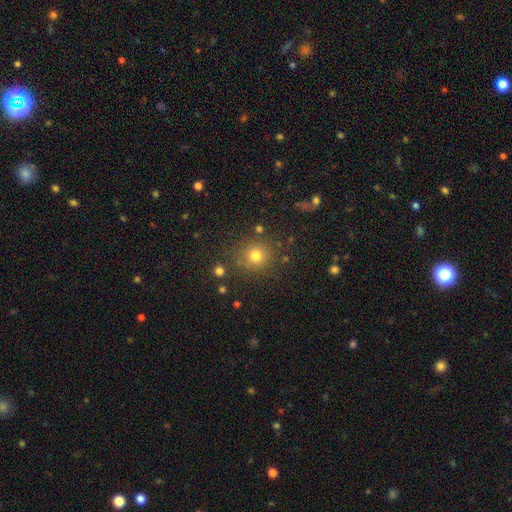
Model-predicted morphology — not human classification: smooth 77%, star or artifact 16%, featured or disk 7%. Down the decision tree: how rounded — round (92%); merging — none (83%).